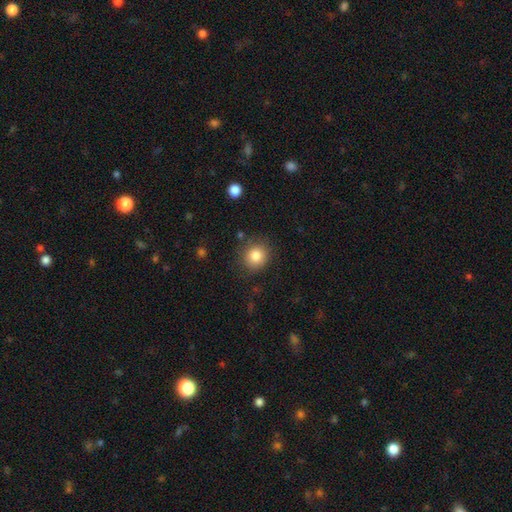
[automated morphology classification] Q: Smooth or featured?
A: smooth (84%); runner-up: star or artifact (10%)
Q: How rounded?
A: round (87%); runner-up: in between (12%)
Q: Merging?
A: none (85%); runner-up: minor disturbance (10%)